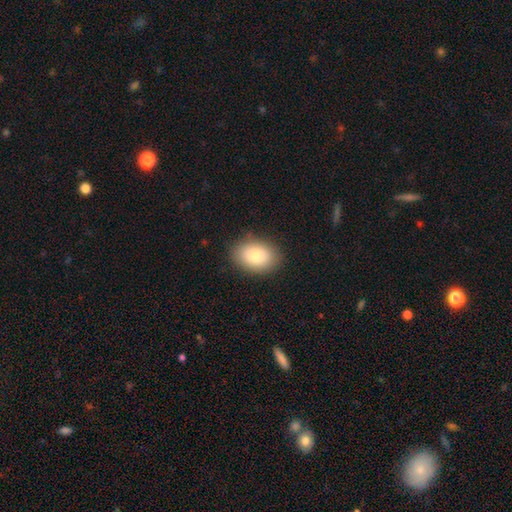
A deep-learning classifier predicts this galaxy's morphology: This is clearly a smooth galaxy (83%). How rounded: likely in between (79%). Merging: clearly none (87%).